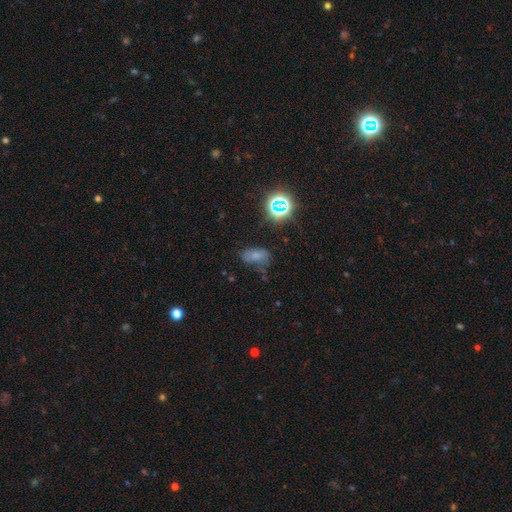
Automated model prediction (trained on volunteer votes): Smooth or featured: smooth — 63% (star or artifact — 24%)
How rounded: in between — 88% (round — 9%)
Merging: none — 49% (minor disturbance — 30%)